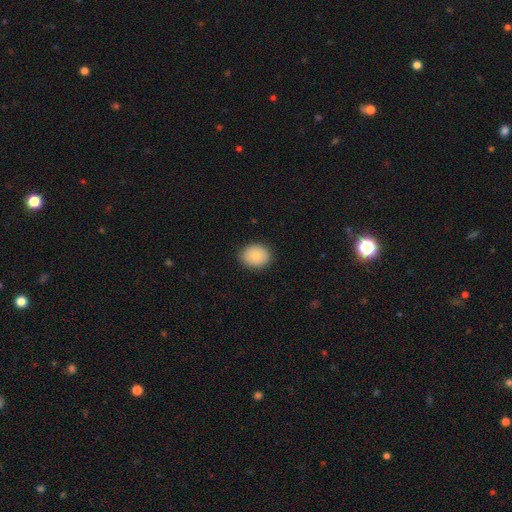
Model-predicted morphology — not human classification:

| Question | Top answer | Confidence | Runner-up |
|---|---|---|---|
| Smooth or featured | smooth | 79% | featured or disk (14%) |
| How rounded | round | 62% | in between (38%) |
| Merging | none | 89% | minor disturbance (8%) |